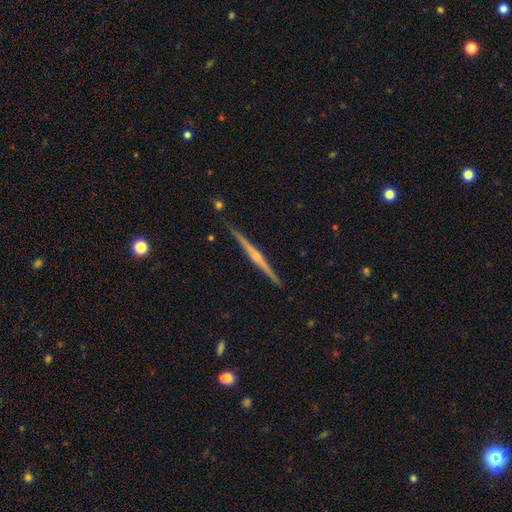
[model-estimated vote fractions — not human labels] Smooth or featured: featured or disk — 83% (smooth — 12%)
Edge-on disk: yes — 99% (no — 1%)
Edge-on bulge: rounded — 78% (none — 15%)
Merging: none — 91% (minor disturbance — 7%)